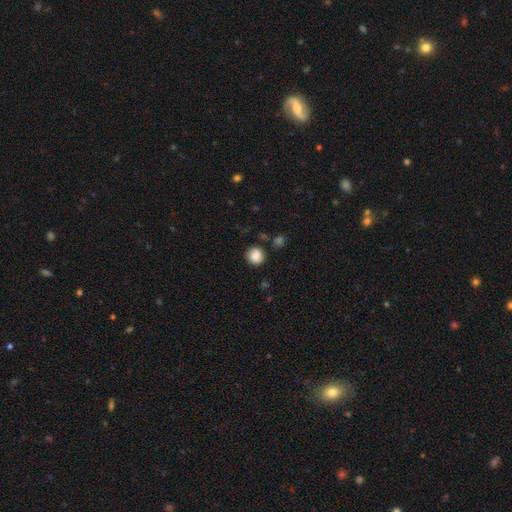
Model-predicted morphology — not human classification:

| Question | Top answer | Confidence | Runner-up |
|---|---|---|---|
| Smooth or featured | smooth | 86% | star or artifact (9%) |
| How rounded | round | 89% | in between (10%) |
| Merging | none | 82% | minor disturbance (11%) |